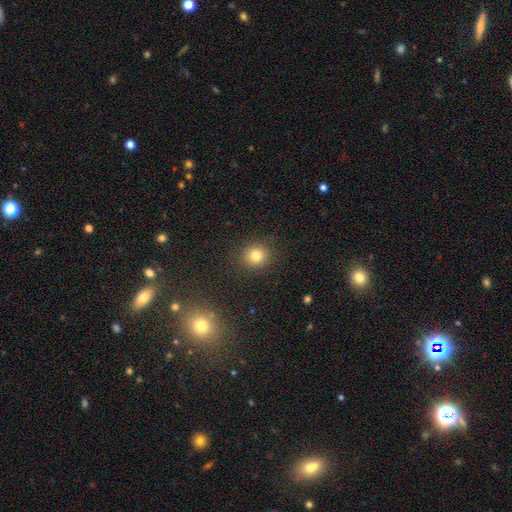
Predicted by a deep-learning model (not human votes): Q: Smooth or featured?
A: smooth (79%); runner-up: star or artifact (14%)
Q: How rounded?
A: round (87%); runner-up: in between (12%)
Q: Merging?
A: none (89%); runner-up: minor disturbance (7%)